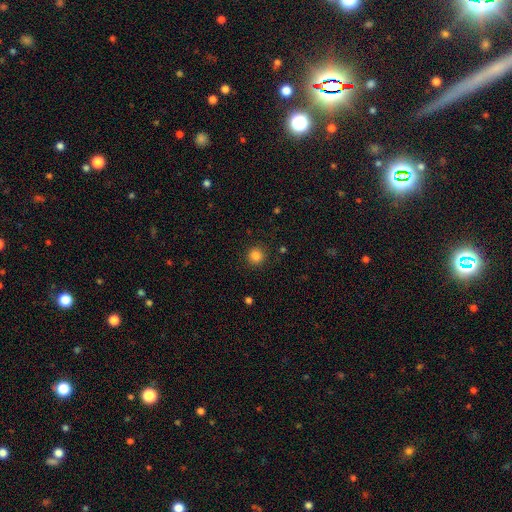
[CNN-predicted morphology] Q: Smooth or featured?
A: smooth (85%); runner-up: star or artifact (12%)
Q: How rounded?
A: round (94%); runner-up: in between (5%)
Q: Merging?
A: none (90%); runner-up: minor disturbance (6%)